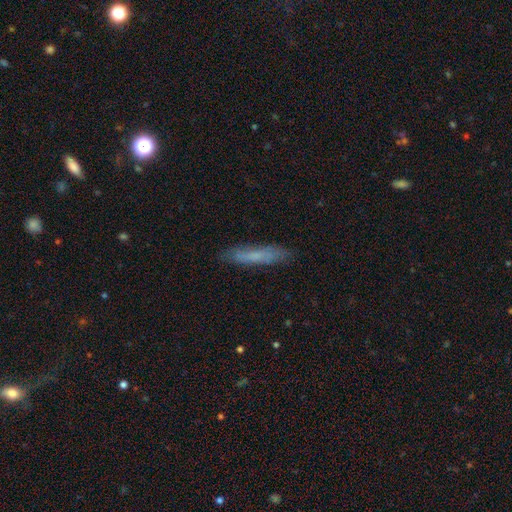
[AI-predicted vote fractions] A smooth galaxy with no disk features (62%) that is cigar-shaped (87%).

Vote fractions:
- Smooth or featured? smooth: 62% / featured or disk: 30% / star or artifact: 7%
- How rounded? cigar-shaped: 87% / in between: 11% / round: 1%
- Merging? none: 82% / minor disturbance: 14% / major disturbance: 3% / merger: 1%